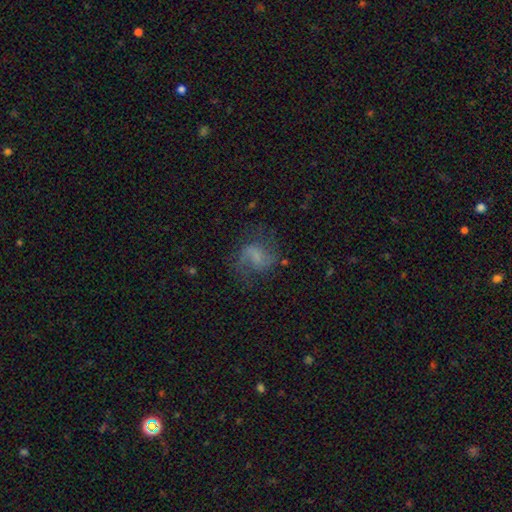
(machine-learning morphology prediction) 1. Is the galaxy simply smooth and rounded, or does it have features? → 60% featured or disk, 28% smooth, 12% star or artifact.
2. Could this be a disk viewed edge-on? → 98% no, 2% yes.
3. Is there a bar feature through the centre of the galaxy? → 46% weak, 40% no, 14% strong.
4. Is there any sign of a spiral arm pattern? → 87% yes, 13% no.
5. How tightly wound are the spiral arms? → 52% loose, 38% medium, 9% tight.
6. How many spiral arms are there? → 77% 2, 10% 1, 8% can't tell, 2% 3, 1% 4, 1% more than 4.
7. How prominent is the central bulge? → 47% none, 30% small, 16% moderate, 5% large, 2% dominant.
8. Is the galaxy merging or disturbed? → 57% none, 21% major disturbance, 20% minor disturbance, 2% merger.